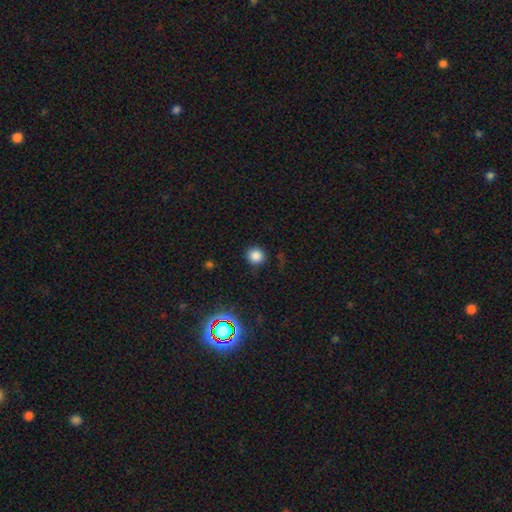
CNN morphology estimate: smooth 81%, star or artifact 14%, featured or disk 4%. Down the decision tree: how rounded — round (93%); merging — none (86%).